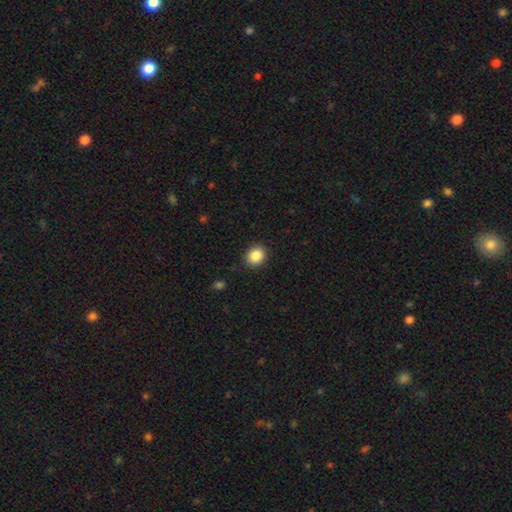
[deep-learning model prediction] This is clearly a smooth galaxy (86%). How rounded: likely round (72%). Merging: clearly none (90%).